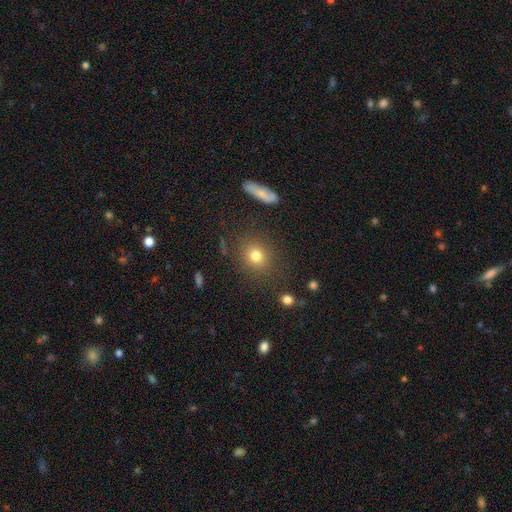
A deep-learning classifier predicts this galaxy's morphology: smooth_or_featured: smooth (p=0.78) [alt: star or artifact p=0.14]
how_rounded: round (p=0.80) [alt: in between p=0.18]
merging: none (p=0.85) [alt: minor disturbance p=0.09]